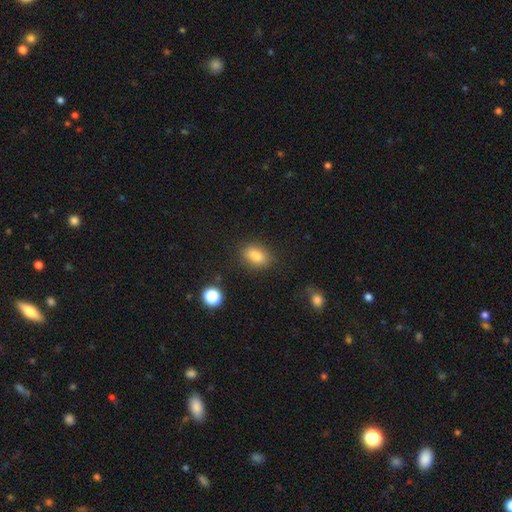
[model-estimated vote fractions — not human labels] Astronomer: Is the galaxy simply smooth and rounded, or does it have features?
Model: smooth — 83%.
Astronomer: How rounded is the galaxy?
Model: in between — 78%.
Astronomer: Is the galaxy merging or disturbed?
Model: none — 83%.